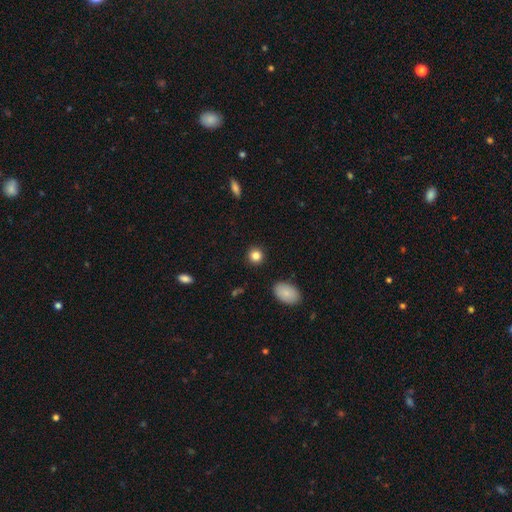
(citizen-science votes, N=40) Smooth or featured? smooth (88%)
How rounded? round (89%)
Merging? none (83%)